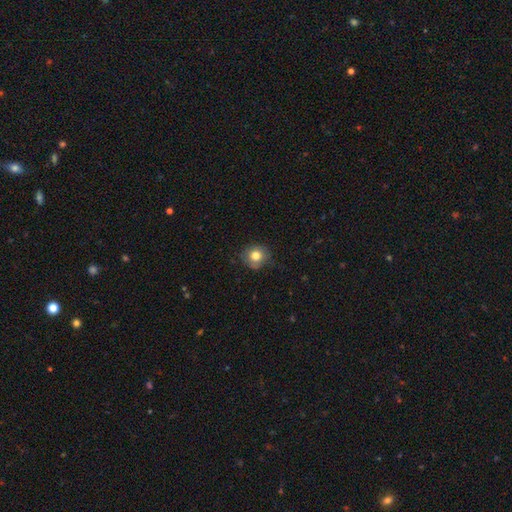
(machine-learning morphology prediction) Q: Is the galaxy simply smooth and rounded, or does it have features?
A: smooth — 78%.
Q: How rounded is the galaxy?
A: round — 87%.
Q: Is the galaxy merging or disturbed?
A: none — 76%.